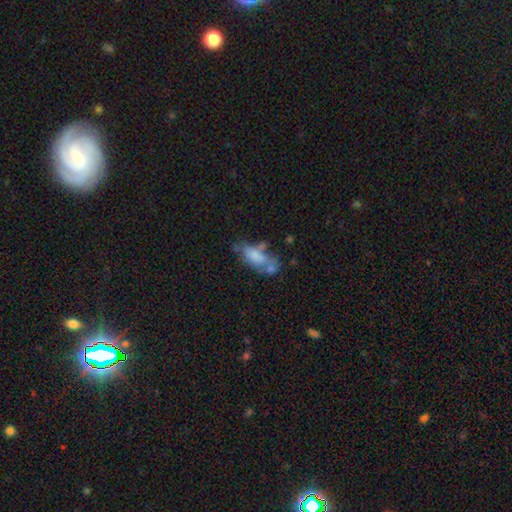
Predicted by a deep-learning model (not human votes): This appears to be a smooth galaxy with no disk features (62%) that is in between round and cigar-shaped (80%). Merging: merger (31%).